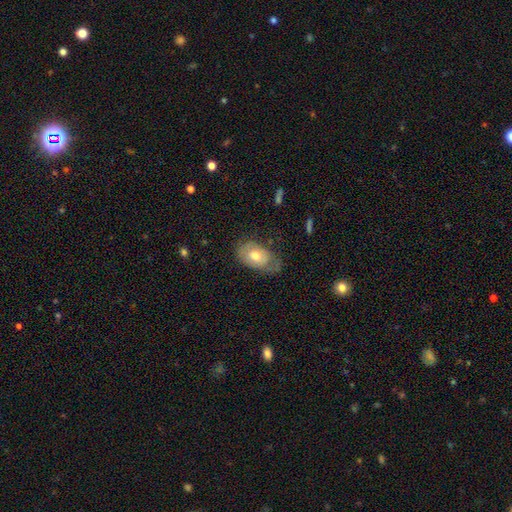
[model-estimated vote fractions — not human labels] smooth 59%, featured or disk 34%, star or artifact 7%. Down the decision tree: how rounded — in between (88%); merging — none (48%).